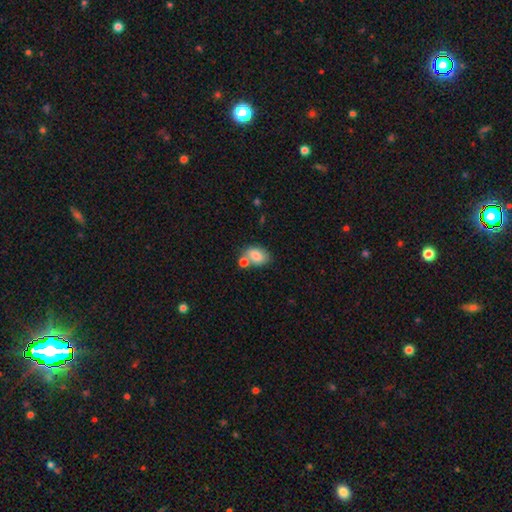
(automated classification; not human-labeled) Smooth or featured?
  - smooth: 82% *
  - featured or disk: 10%
  - star or artifact: 8%
How rounded?
  - in between: 82% *
  - round: 17%
  - cigar-shaped: 1%
Merging?
  - none: 52% *
  - merger: 29%
  - minor disturbance: 14%
  - major disturbance: 4%